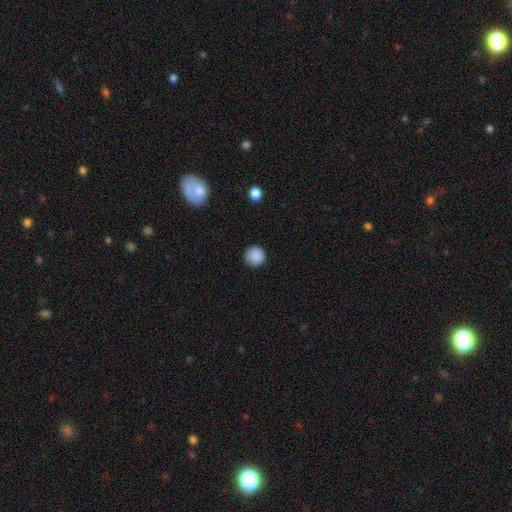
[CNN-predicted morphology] This appears to be a smooth galaxy with no disk features (88%) that is round (95%). Merging: none (90%).